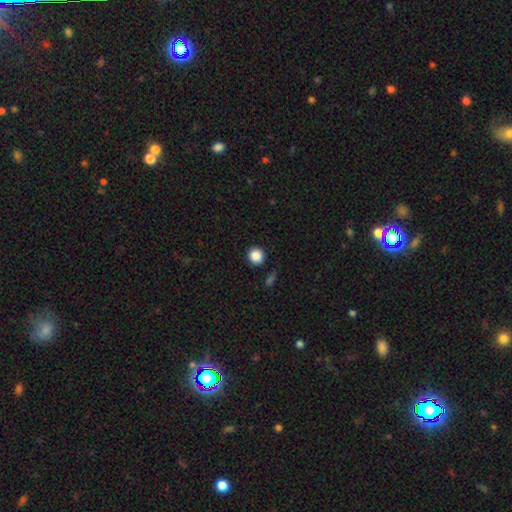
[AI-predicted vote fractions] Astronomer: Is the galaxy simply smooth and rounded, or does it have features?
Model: smooth — 87%.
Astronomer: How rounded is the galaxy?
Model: round — 92%.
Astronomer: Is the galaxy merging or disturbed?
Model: none — 90%.